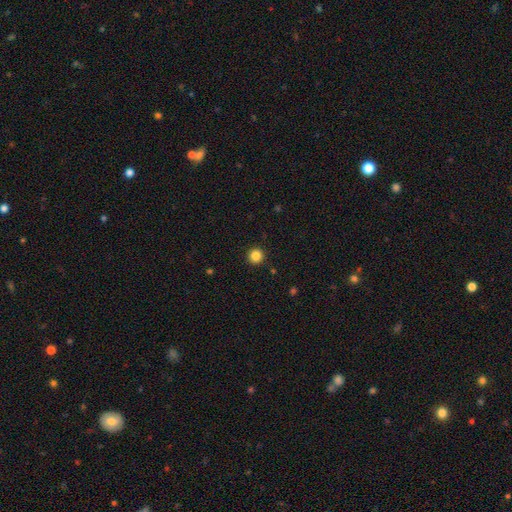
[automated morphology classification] This is clearly a smooth galaxy (85%). How rounded: clearly round (96%). Merging: clearly none (93%).